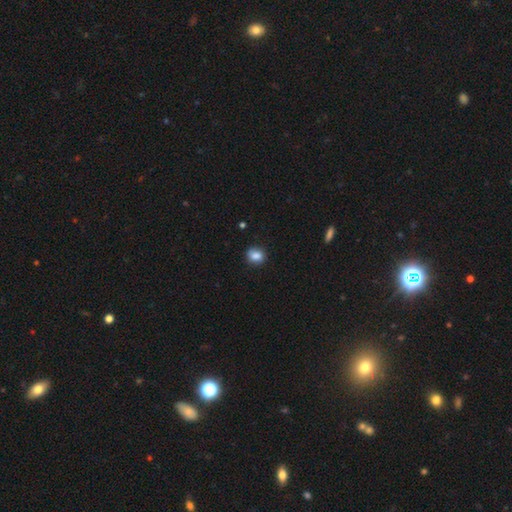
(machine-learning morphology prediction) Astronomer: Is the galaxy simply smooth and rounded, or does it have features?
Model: smooth — 84%.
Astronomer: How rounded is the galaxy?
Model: round — 58% (runner-up: in between, 40%).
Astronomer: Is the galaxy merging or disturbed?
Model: none — 82%.